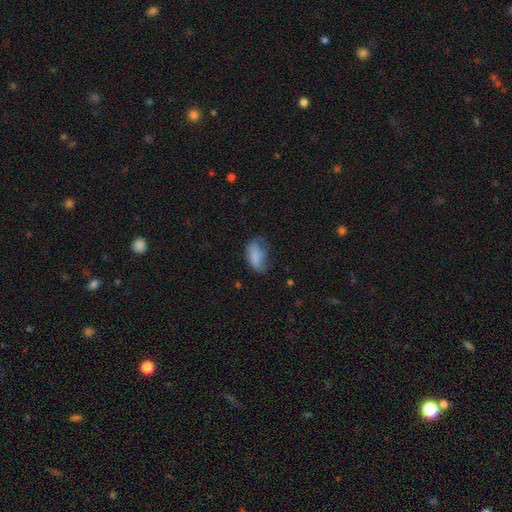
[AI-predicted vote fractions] smooth_or_featured: smooth (p=0.75) [alt: featured or disk p=0.16]
how_rounded: in between (p=0.91) [alt: round p=0.06]
merging: minor disturbance (p=0.34) [tied with: none p=0.34]